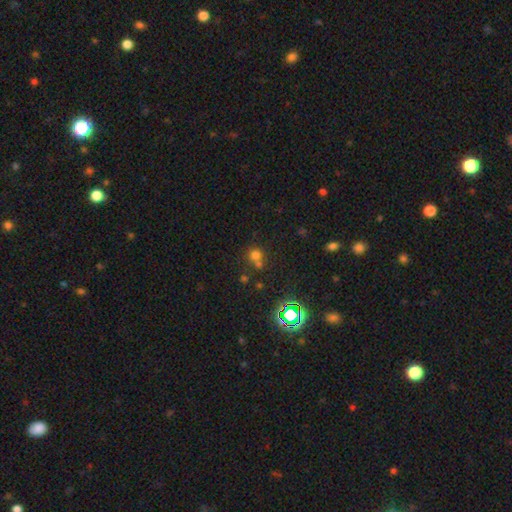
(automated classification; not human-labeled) smooth_or_featured: smooth (p=0.62) [alt: star or artifact p=0.28]
how_rounded: round (p=0.87) [alt: in between p=0.12]
merging: none (p=0.51) [alt: merger p=0.37]